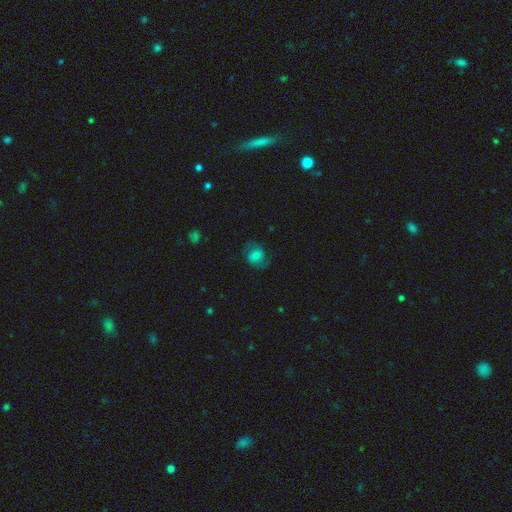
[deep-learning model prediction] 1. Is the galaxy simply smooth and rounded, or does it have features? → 55% smooth, 34% featured or disk, 11% star or artifact.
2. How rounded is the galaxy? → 51% round, 48% in between, 1% cigar-shaped.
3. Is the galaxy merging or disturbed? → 69% none, 18% minor disturbance, 11% major disturbance, 1% merger.